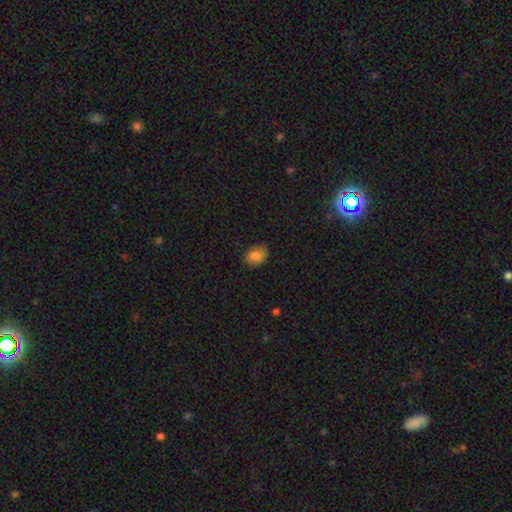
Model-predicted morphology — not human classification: smooth 82%, star or artifact 9%, featured or disk 9%. Down the decision tree: how rounded — in between (61%); merging — none (78%).